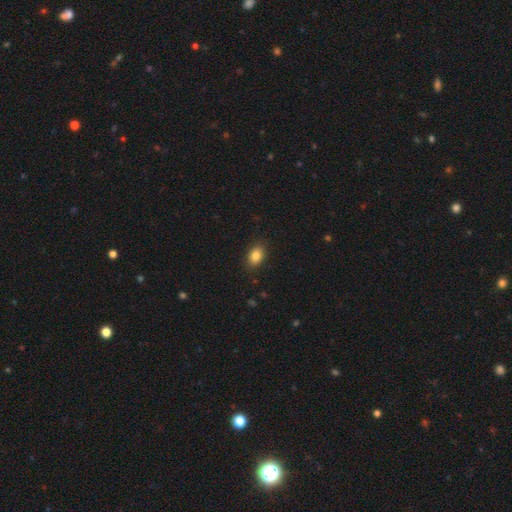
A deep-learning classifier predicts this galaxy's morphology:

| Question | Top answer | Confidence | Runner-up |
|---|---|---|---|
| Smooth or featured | smooth | 85% | star or artifact (9%) |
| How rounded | in between | 83% | round (15%) |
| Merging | none | 87% | minor disturbance (10%) |